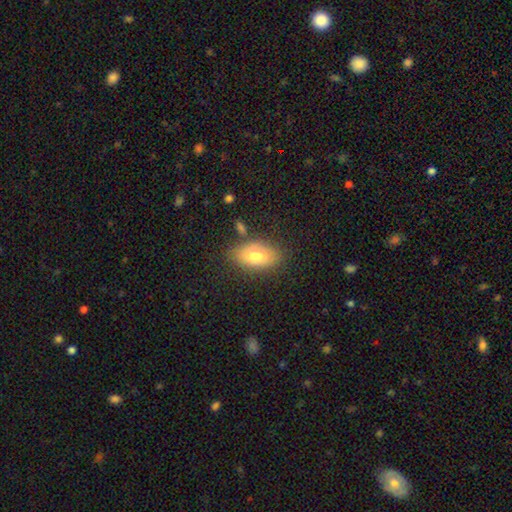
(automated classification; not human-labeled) A smooth galaxy with no disk features (74%) that is in between round and cigar-shaped (91%). Merging: none (75%).